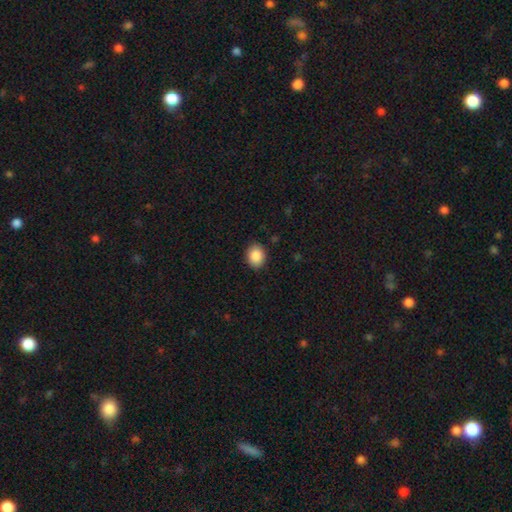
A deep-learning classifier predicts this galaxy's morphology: The model was most divided on "how rounded": round: 53%, in between: 46%, cigar-shaped: 1%. More confident: merging — none (89%); smooth or featured — smooth (87%).